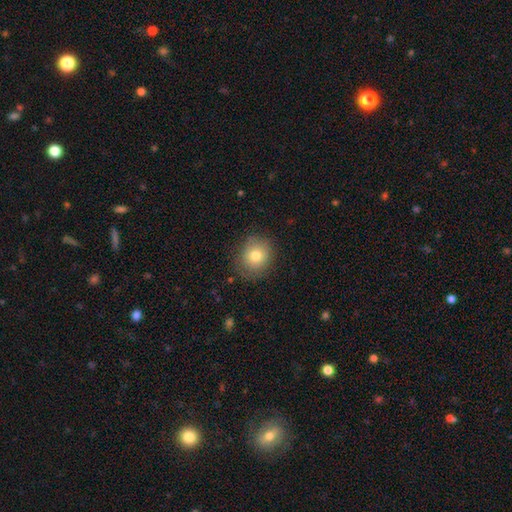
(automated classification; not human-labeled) smooth_or_featured: smooth (p=0.78) [alt: featured or disk p=0.12]
how_rounded: round (p=0.77) [alt: in between p=0.22]
merging: none (p=0.81) [alt: minor disturbance p=0.14]